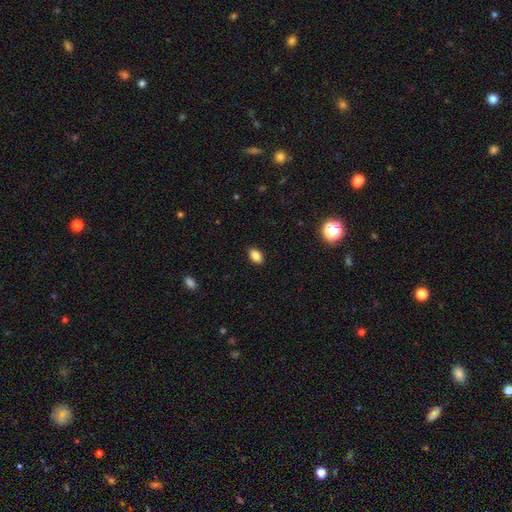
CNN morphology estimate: Smooth or featured? smooth (86%)
How rounded? in between (89%)
Merging? none (89%)